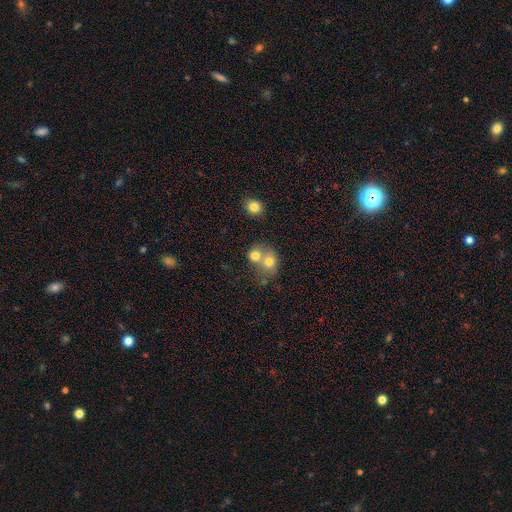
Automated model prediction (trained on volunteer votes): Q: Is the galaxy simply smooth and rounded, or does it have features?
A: smooth — 74%.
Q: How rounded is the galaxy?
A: round — 73%.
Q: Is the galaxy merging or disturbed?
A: merger — 61%.